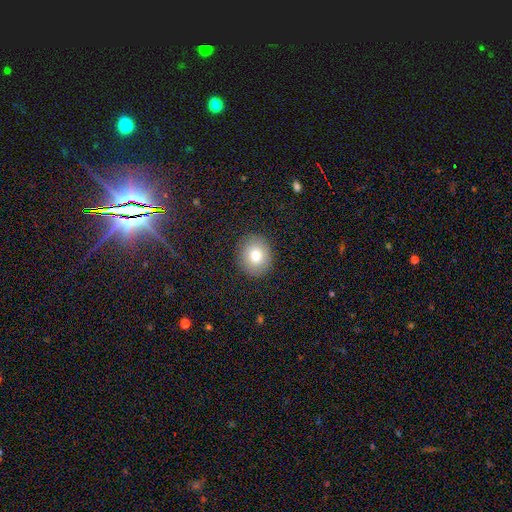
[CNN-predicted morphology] Q: Smooth or featured?
A: smooth (78%); runner-up: featured or disk (12%)
Q: How rounded?
A: round (75%); runner-up: in between (24%)
Q: Merging?
A: none (89%); runner-up: minor disturbance (7%)